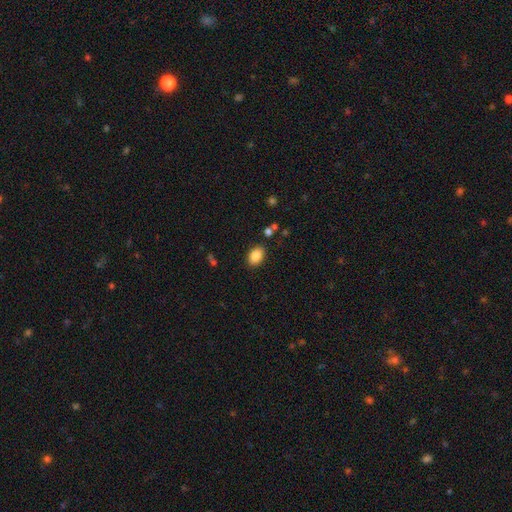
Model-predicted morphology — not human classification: smooth-or-featured: smooth: 86% | star or artifact: 8% | featured or disk: 6%
  how-rounded: in between: 83% | round: 16% | cigar-shaped: 1%
  merging: none: 85% | minor disturbance: 10% | major disturbance: 3% | merger: 2%